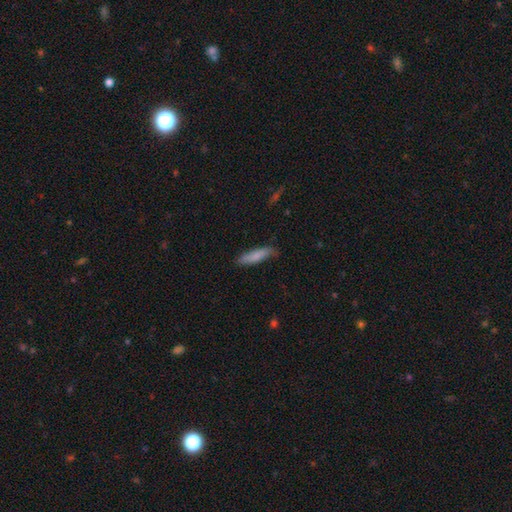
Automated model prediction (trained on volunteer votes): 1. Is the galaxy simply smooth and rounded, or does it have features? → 81% smooth, 13% featured or disk, 6% star or artifact.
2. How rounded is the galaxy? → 74% cigar-shaped, 24% in between, 1% round.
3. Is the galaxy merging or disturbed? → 80% none, 16% minor disturbance, 3% major disturbance, 1% merger.